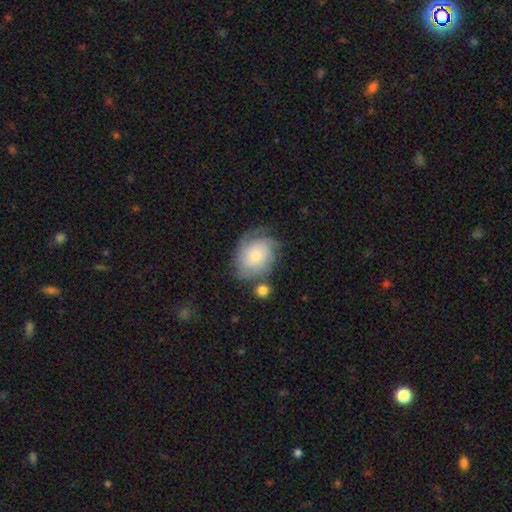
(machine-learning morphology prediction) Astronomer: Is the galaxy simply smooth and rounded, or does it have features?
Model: featured or disk — 64%.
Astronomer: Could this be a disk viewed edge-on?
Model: no — 97%.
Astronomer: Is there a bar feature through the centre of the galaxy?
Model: no — 78%.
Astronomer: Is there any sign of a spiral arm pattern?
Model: yes — 91%.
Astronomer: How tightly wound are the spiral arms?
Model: tight — 57%.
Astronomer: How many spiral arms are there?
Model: can't tell — 37% (runner-up: 3, 24%).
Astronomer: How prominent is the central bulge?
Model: moderate — 46% (runner-up: small, 43%).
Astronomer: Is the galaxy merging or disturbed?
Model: none — 60%.